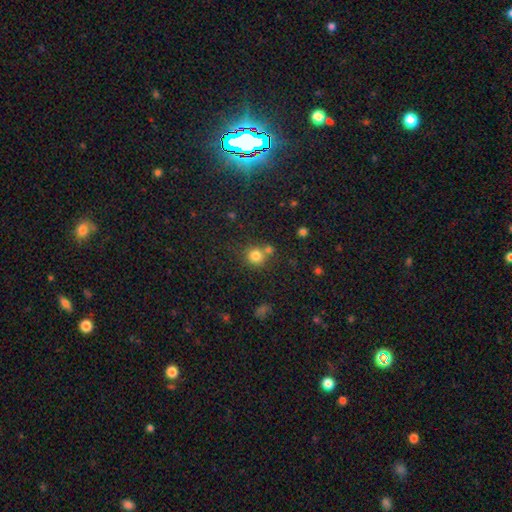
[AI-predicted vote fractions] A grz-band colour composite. It shows a smooth galaxy with no disk features (80%) that is round (90%). Merging: none (62%).